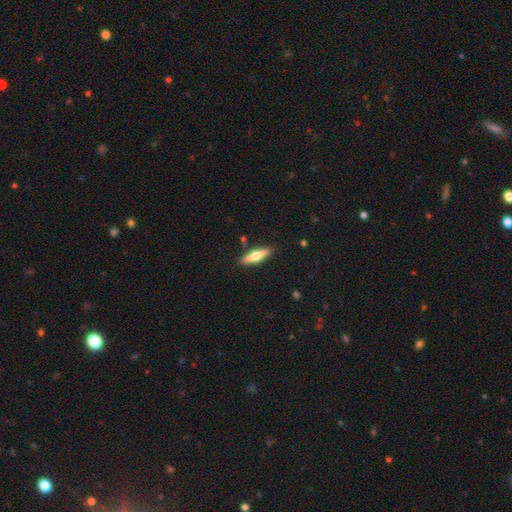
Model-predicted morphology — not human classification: A smooth galaxy with no disk features (55%) that is cigar-shaped (67%). Merging: none (85%).